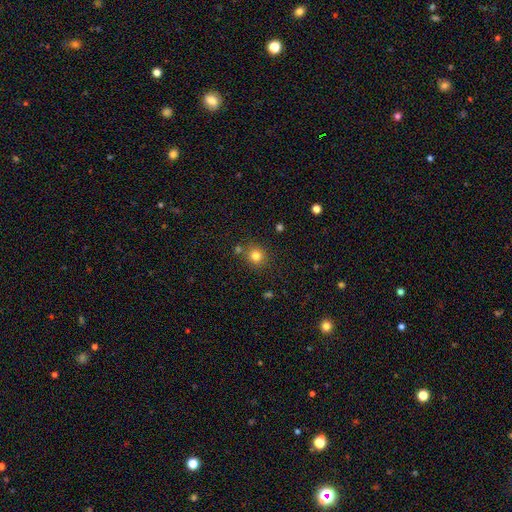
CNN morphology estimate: A smooth galaxy with no disk features (80%) that is round (90%).

Vote fractions:
- Smooth or featured? smooth: 80% / star or artifact: 13% / featured or disk: 6%
- How rounded? round: 90% / in between: 9% / cigar-shaped: 1%
- Merging? none: 80% / minor disturbance: 9% / merger: 9% / major disturbance: 3%